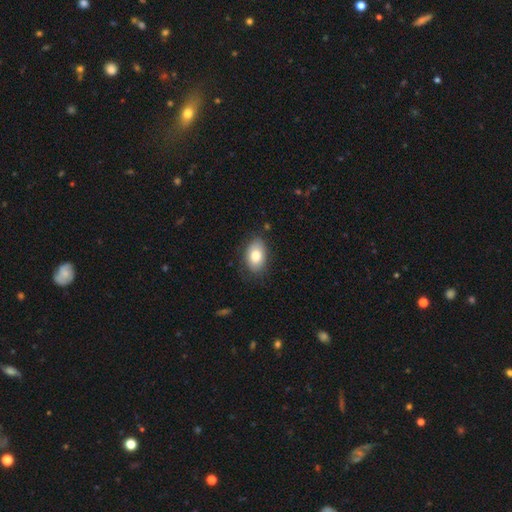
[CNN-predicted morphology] Overall: smooth (79%). How rounded: in between (88%). Merging: none (80%).